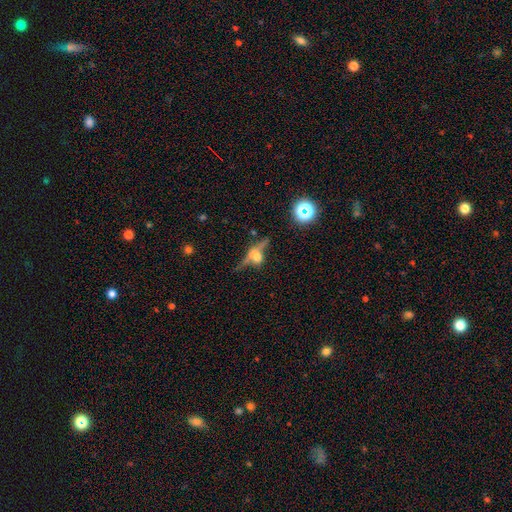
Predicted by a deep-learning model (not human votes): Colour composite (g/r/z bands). It shows a featured or disk galaxy (66%) viewed edge-on (83%) with a rounded central bulge (89%). Merging: none (59%).